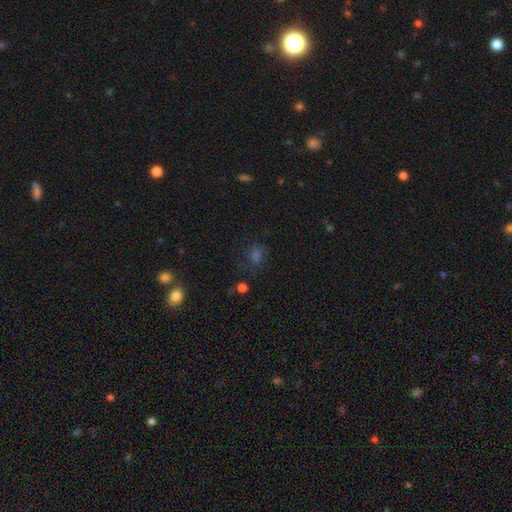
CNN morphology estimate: The model was most divided on "how rounded": in between: 55%, round: 42%, cigar-shaped: 2%. More confident: merging — none (65%); smooth or featured — smooth (55%).